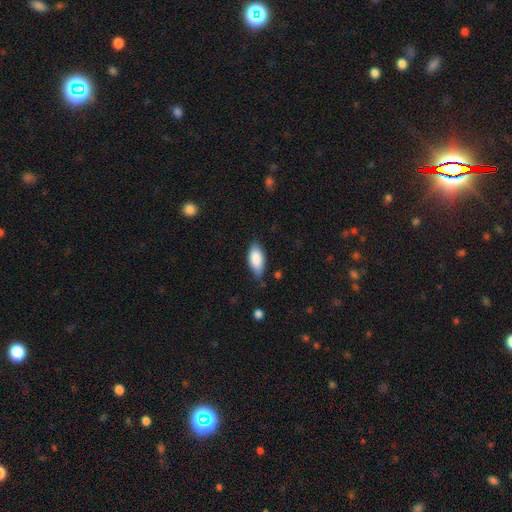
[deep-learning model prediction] smooth_or_featured: smooth (p=0.86) [alt: featured or disk p=0.08]
how_rounded: in between (p=0.90) [alt: cigar-shaped p=0.08]
merging: none (p=0.72) [alt: minor disturbance p=0.23]